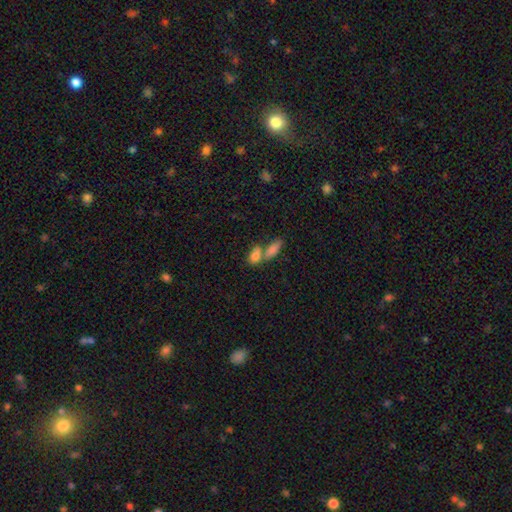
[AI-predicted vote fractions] smooth_or_featured: smooth (p=0.80) [alt: featured or disk p=0.11]
how_rounded: in between (p=0.78) [alt: round p=0.11]
merging: merger (p=0.54) [alt: none p=0.34]